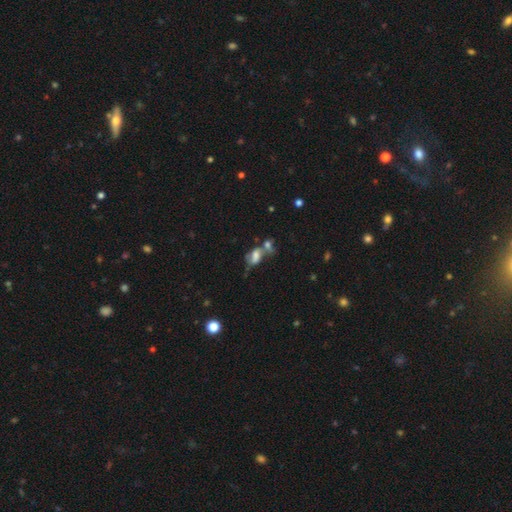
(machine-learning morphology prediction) smooth 51%, featured or disk 34%, star or artifact 15%. Down the decision tree: how rounded — in between (83%); merging — merger (49%).